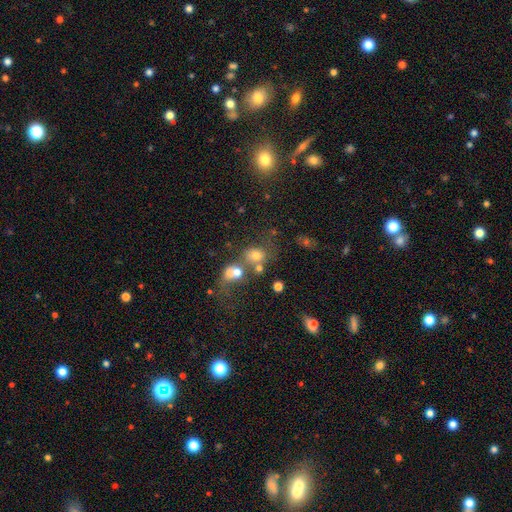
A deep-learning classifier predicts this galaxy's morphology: Overall: smooth (63%). How rounded: round (62%; in between 36%). Merging: merger (46%; none 33%).